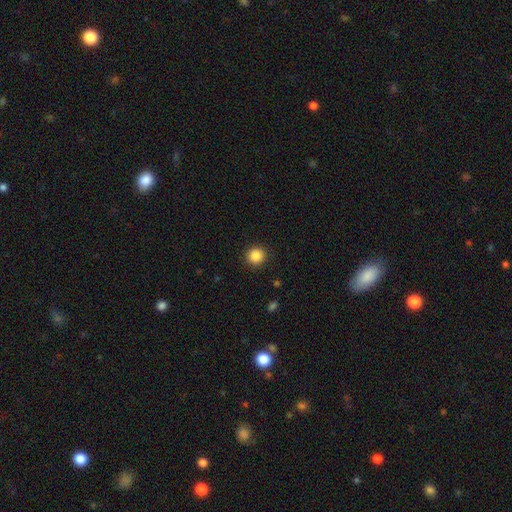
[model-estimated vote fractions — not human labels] smooth_or_featured: smooth (p=0.87) [alt: star or artifact p=0.10]
how_rounded: round (p=0.93) [alt: in between p=0.06]
merging: none (p=0.91) [alt: minor disturbance p=0.05]